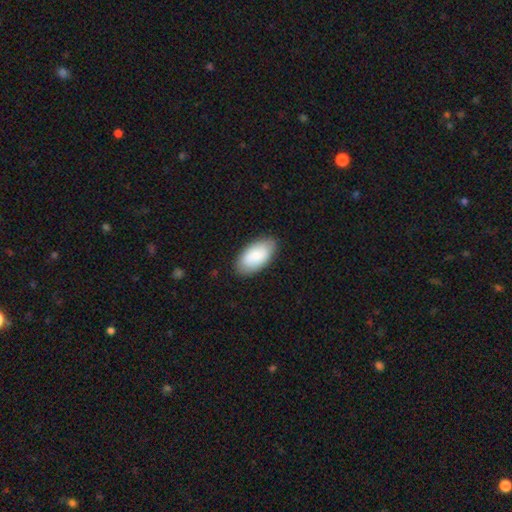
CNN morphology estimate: The model was most divided on "smooth or featured": smooth: 83%, featured or disk: 12%, star or artifact: 6%. More confident: how rounded — in between (95%); merging — none (86%).